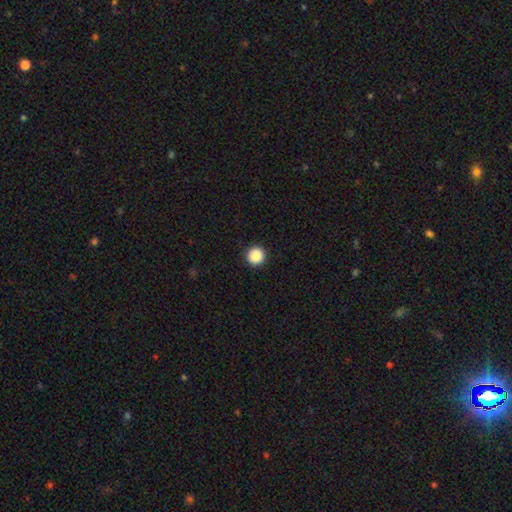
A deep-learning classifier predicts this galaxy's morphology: A smooth galaxy with no disk features (89%) that is round (97%). Merging: none (94%).